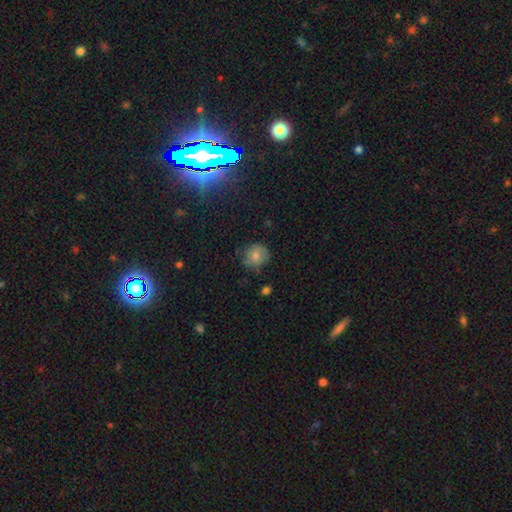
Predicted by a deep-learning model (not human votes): A smooth galaxy with no disk features (74%) that is round (83%). Merging: none (69%).